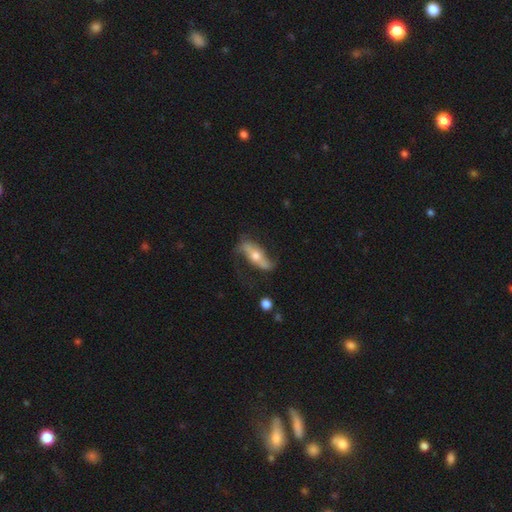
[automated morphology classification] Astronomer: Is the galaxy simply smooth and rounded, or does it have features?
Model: featured or disk — 66%.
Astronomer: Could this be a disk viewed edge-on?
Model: no — 66%.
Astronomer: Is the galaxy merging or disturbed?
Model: none — 64%.